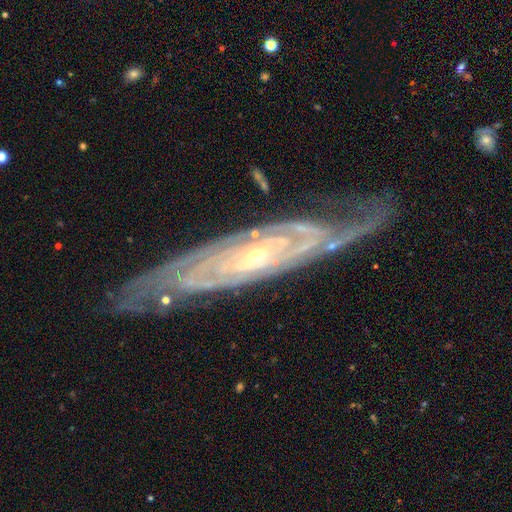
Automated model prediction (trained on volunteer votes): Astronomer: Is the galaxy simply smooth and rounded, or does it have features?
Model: featured or disk — 89%.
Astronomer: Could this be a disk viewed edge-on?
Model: no — 77%.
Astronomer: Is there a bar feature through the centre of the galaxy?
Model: no — 63%.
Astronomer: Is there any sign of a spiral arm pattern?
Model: yes — 97%.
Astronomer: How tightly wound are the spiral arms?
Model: tight — 74%.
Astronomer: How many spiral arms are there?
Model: can't tell — 34% (runner-up: 2, 31%).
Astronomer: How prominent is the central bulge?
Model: small — 79%.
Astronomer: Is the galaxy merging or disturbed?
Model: none — 76%.